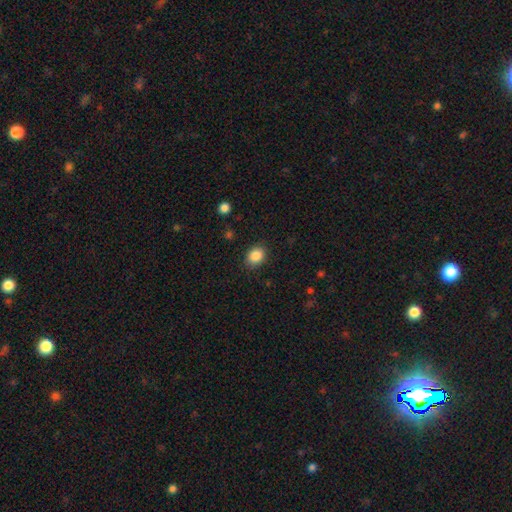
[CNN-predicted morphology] smooth 87%, star or artifact 9%, featured or disk 4%. Down the decision tree: how rounded — in between (51%); merging — none (86%).